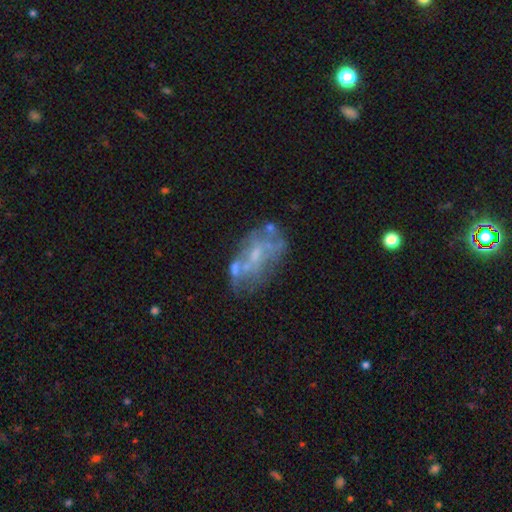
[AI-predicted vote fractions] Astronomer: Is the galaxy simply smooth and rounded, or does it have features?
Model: featured or disk — 64%.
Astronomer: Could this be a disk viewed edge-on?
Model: no — 95%.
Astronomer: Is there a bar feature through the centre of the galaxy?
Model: no — 71%.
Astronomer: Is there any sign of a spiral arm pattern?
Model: no — 73%.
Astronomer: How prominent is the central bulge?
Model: small — 55%.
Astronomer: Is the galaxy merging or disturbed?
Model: none — 46% (runner-up: minor disturbance, 21%).